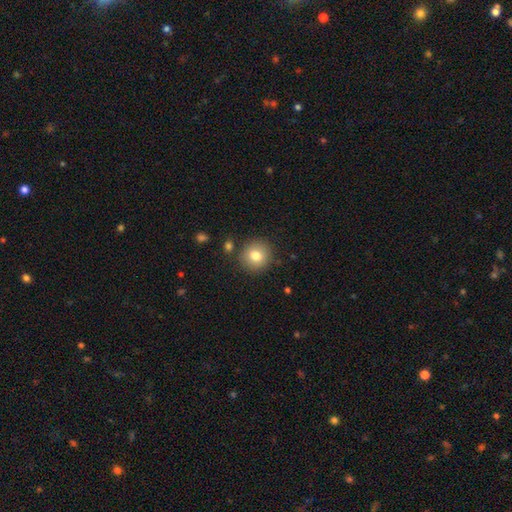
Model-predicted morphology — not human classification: Smooth or featured?
  - smooth: 78% *
  - featured or disk: 11%
  - star or artifact: 10%
How rounded?
  - round: 91% *
  - in between: 8%
  - cigar-shaped: 1%
Merging?
  - none: 86% *
  - minor disturbance: 8%
  - merger: 3%
  - major disturbance: 3%